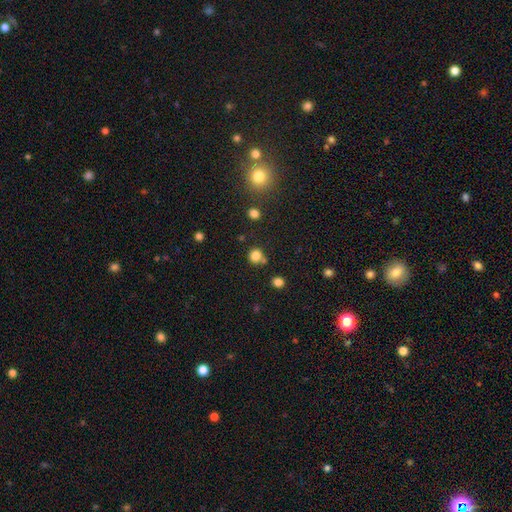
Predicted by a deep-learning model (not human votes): Q: Smooth or featured?
A: smooth (81%); runner-up: star or artifact (14%)
Q: How rounded?
A: round (88%); runner-up: in between (11%)
Q: Merging?
A: none (68%); runner-up: merger (18%)